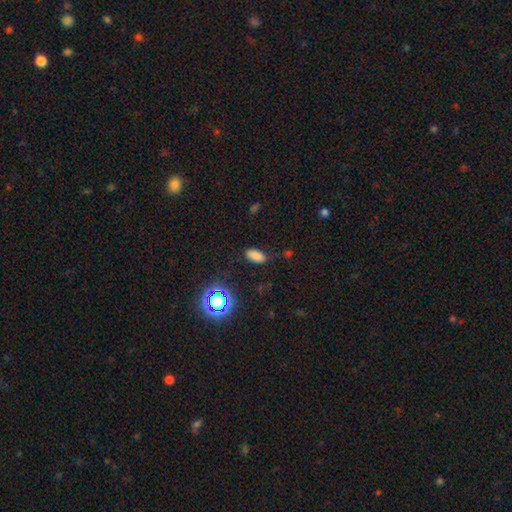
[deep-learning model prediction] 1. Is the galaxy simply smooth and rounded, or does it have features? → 78% smooth, 17% star or artifact, 5% featured or disk.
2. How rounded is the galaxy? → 90% in between, 6% cigar-shaped, 4% round.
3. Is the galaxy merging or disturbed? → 81% none, 13% minor disturbance, 4% major disturbance, 2% merger.